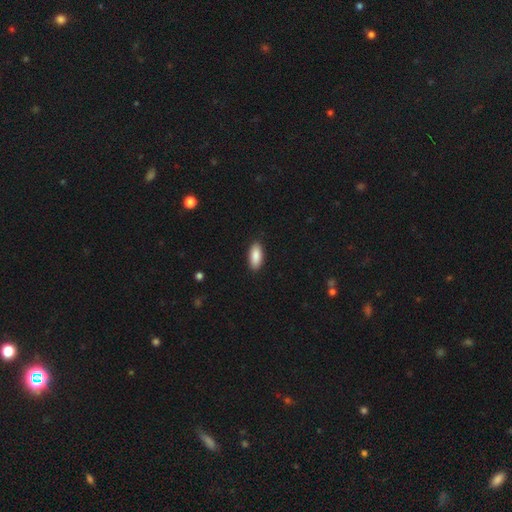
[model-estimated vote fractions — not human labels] Q: Smooth or featured?
A: smooth (89%); runner-up: star or artifact (6%)
Q: How rounded?
A: in between (86%); runner-up: cigar-shaped (12%)
Q: Merging?
A: none (89%); runner-up: minor disturbance (8%)